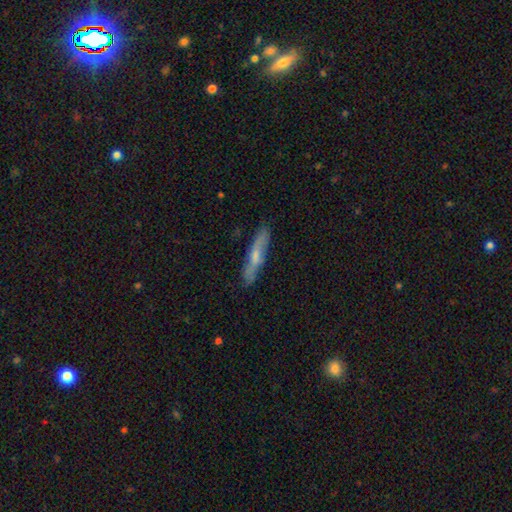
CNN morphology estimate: Overall: smooth (48%; featured or disk 46%). Merging: none (83%).